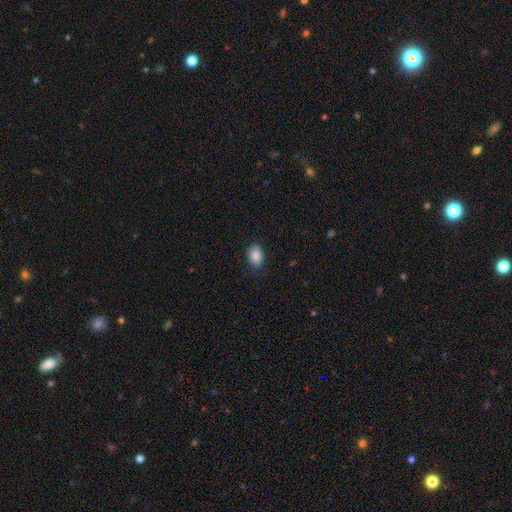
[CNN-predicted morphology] Q: Smooth or featured?
A: smooth (89%); runner-up: star or artifact (7%)
Q: How rounded?
A: in between (83%); runner-up: round (16%)
Q: Merging?
A: none (84%); runner-up: minor disturbance (12%)